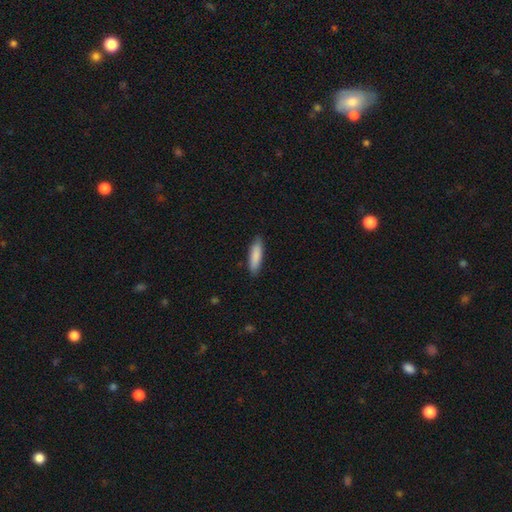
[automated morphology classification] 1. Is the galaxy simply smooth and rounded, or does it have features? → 87% smooth, 7% featured or disk, 5% star or artifact.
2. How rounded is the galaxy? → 65% cigar-shaped, 34% in between, 1% round.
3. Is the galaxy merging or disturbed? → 87% none, 10% minor disturbance, 2% major disturbance, 1% merger.